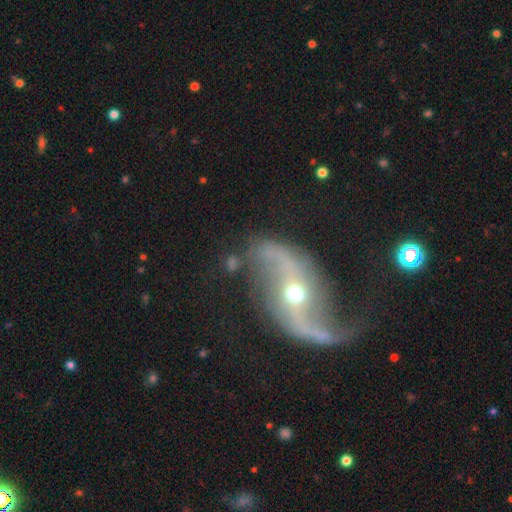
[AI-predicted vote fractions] Morphology: type=featured or disk (91%); edge-on=no (96%); bar=no (45%); spiral arms=yes (97%); winding=loose (83%); arm count=2 (94%); bulge=small (48%); merging=none (72%).